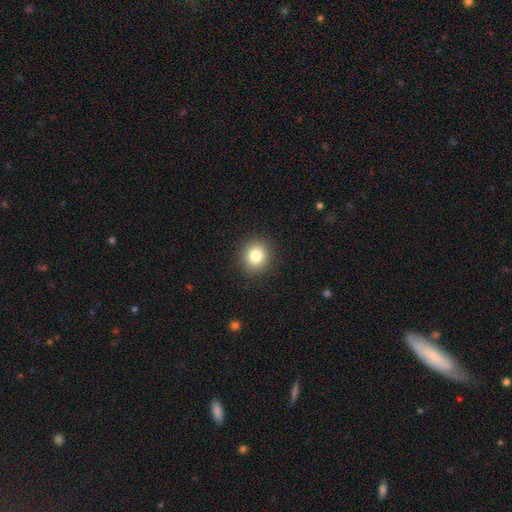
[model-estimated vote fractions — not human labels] Q: Smooth or featured?
A: smooth (83%); runner-up: star or artifact (10%)
Q: How rounded?
A: round (76%); runner-up: in between (23%)
Q: Merging?
A: none (90%); runner-up: minor disturbance (7%)